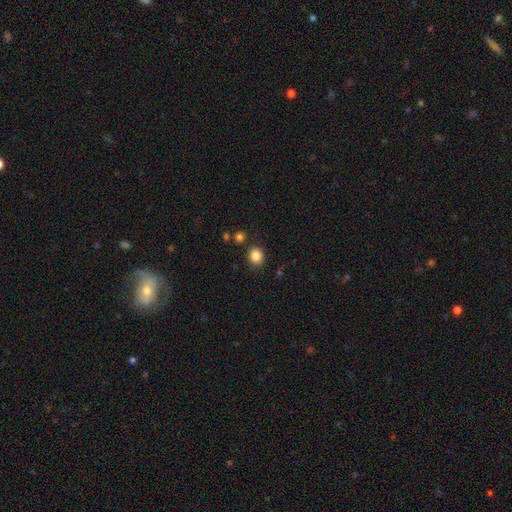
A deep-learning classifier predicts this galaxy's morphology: Smooth or featured?
  - smooth: 85% *
  - star or artifact: 11%
  - featured or disk: 4%
How rounded?
  - round: 73% *
  - in between: 26%
  - cigar-shaped: 1%
Merging?
  - none: 86% *
  - minor disturbance: 8%
  - merger: 3%
  - major disturbance: 2%